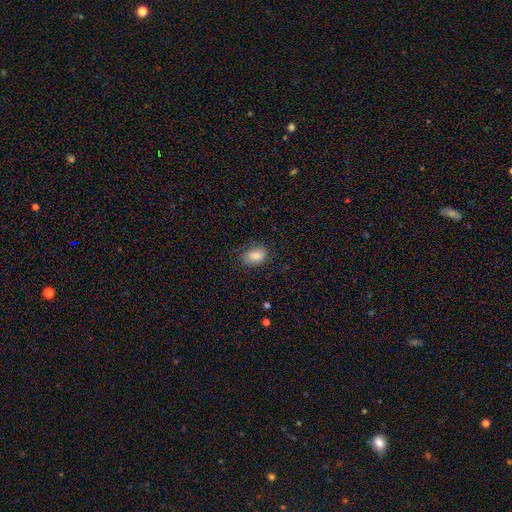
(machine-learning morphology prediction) smooth_or_featured: smooth (p=0.83) [alt: featured or disk p=0.09]
how_rounded: in between (p=0.80) [alt: round p=0.19]
merging: none (p=0.73) [alt: minor disturbance p=0.20]